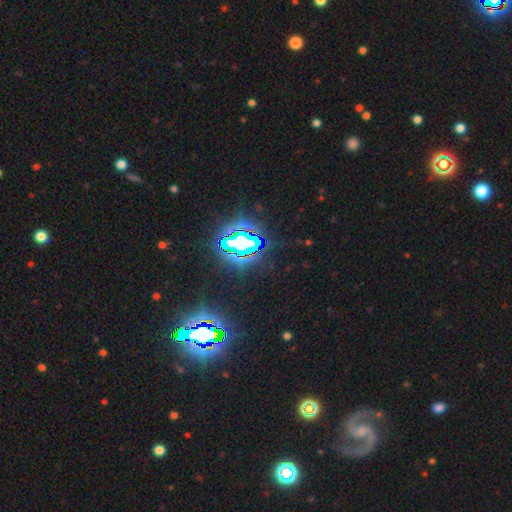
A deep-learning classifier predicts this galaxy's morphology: Q: Smooth or featured?
A: star or artifact (70%); runner-up: featured or disk (17%)